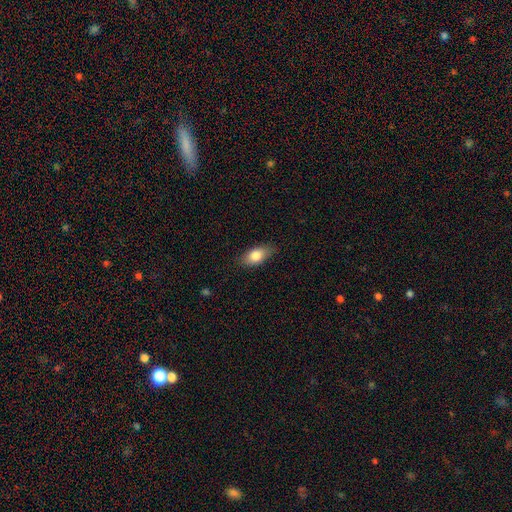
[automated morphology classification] Smooth or featured?
  - smooth: 80% *
  - featured or disk: 13%
  - star or artifact: 7%
How rounded?
  - in between: 87% *
  - cigar-shaped: 7%
  - round: 6%
Merging?
  - none: 81% *
  - minor disturbance: 15%
  - major disturbance: 3%
  - merger: 1%